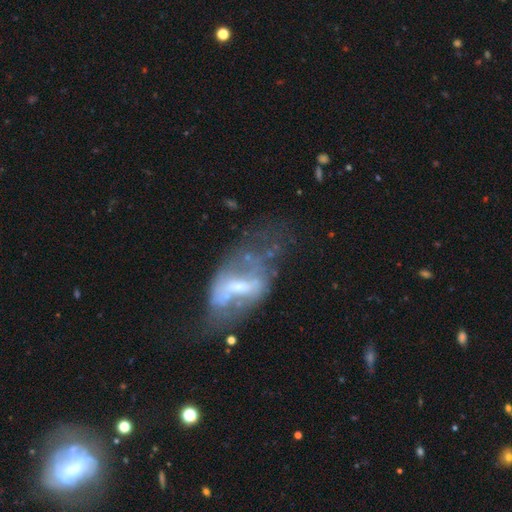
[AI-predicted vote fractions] featured or disk 70%, smooth 19%, star or artifact 11%. Down the decision tree: edge-on disk — no (90%); bar — weak (39%); spiral arms — no (57%); bulge size — moderate (45%); merging — major disturbance (35%).